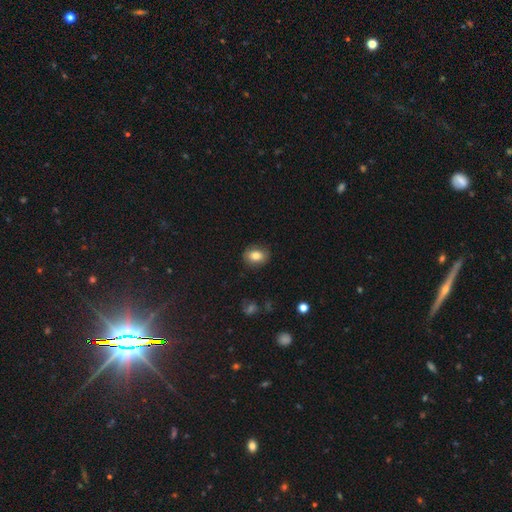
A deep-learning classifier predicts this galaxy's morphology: smooth_or_featured: smooth (p=0.81) [alt: featured or disk p=0.10]
how_rounded: in between (p=0.64) [alt: round p=0.35]
merging: none (p=0.83) [alt: minor disturbance p=0.13]